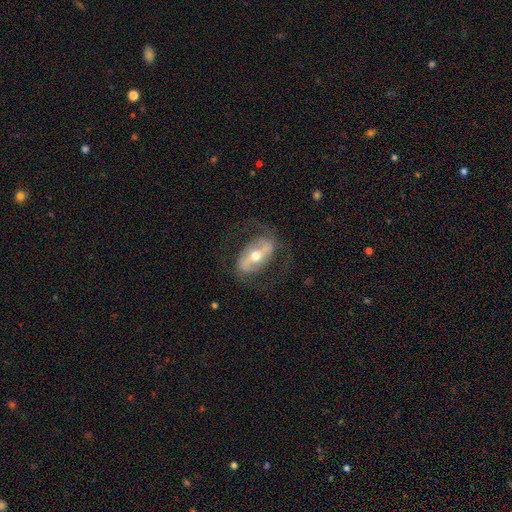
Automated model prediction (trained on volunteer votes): smooth-or-featured: featured or disk: 78% | smooth: 17% | star or artifact: 6%
  disk-edge-on: no: 91% | yes: 9%
    bar: strong: 58% | weak: 26% | no: 16%
    has-spiral-arms: yes: 74% | no: 26%
      spiral-winding: medium: 47% | loose: 33% | tight: 20%
      spiral-arm-count: 2: 85% | can't tell: 8% | 1: 3% | 3: 1% | 4: 1% | more than 4: 1%
    bulge-size: moderate: 68% | small: 24% | large: 6% | dominant: 1% | none: 1%
  merging: none: 71% | major disturbance: 14% | minor disturbance: 14% | merger: 1%